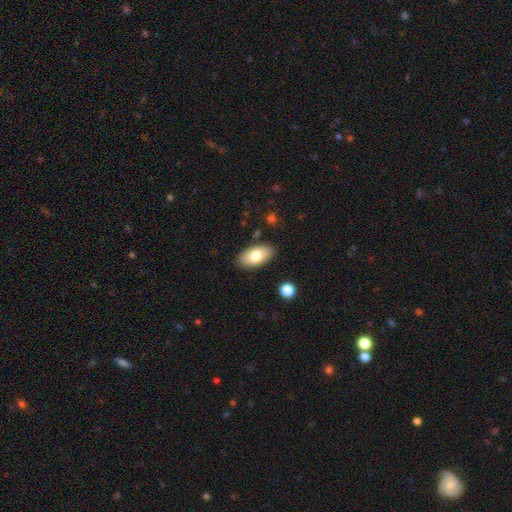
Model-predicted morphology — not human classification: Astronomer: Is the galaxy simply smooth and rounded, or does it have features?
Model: smooth — 78%.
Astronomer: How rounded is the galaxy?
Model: in between — 94%.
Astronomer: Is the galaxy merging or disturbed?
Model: none — 86%.